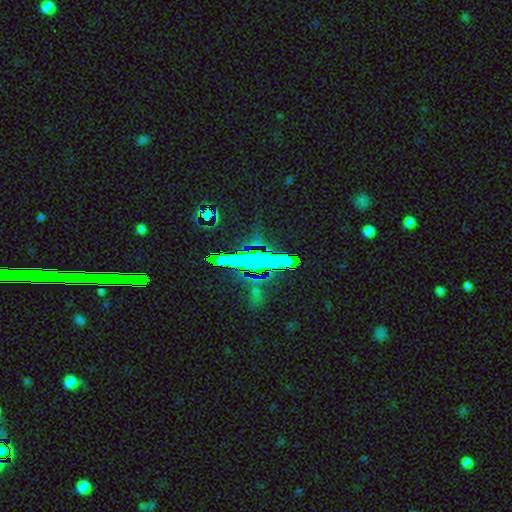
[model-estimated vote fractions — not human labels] Q: Smooth or featured?
A: star or artifact (73%); runner-up: smooth (15%)